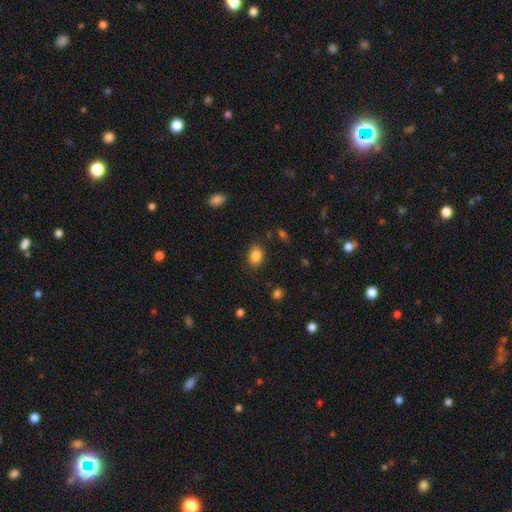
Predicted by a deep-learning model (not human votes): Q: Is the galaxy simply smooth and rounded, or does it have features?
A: smooth — 85%.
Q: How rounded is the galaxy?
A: in between — 74%.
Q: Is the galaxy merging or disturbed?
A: none — 81%.